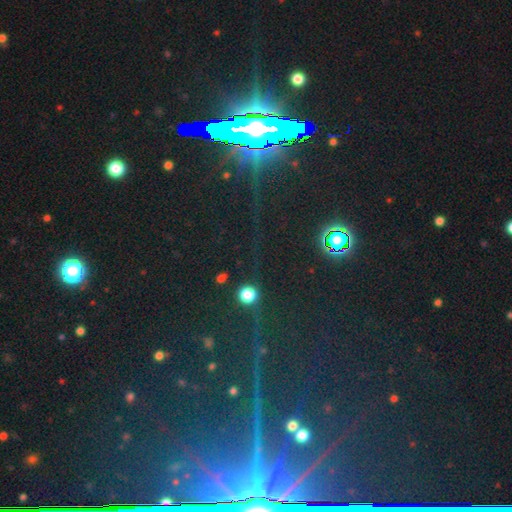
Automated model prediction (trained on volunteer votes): Smooth or featured? star or artifact (79%)